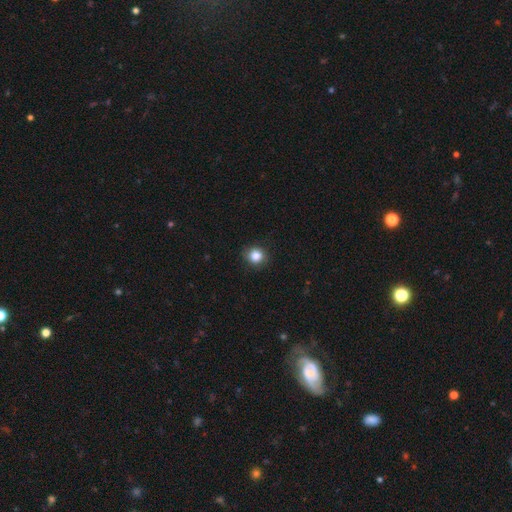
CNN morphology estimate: Smooth or featured? smooth (85%)
How rounded? round (87%)
Merging? none (86%)